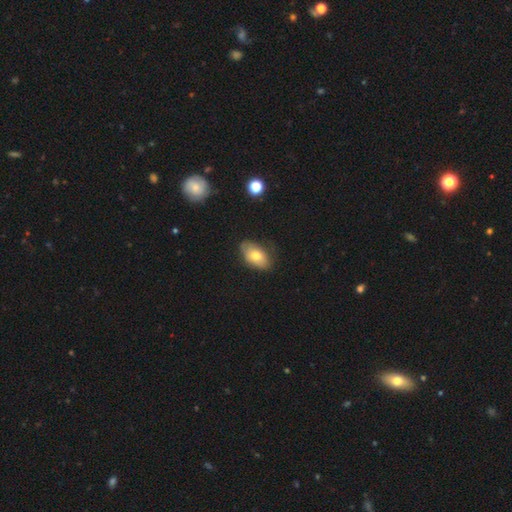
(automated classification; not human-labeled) This appears to be a smooth galaxy with no disk features (68%) that is in between round and cigar-shaped (91%). Merging: none (67%).